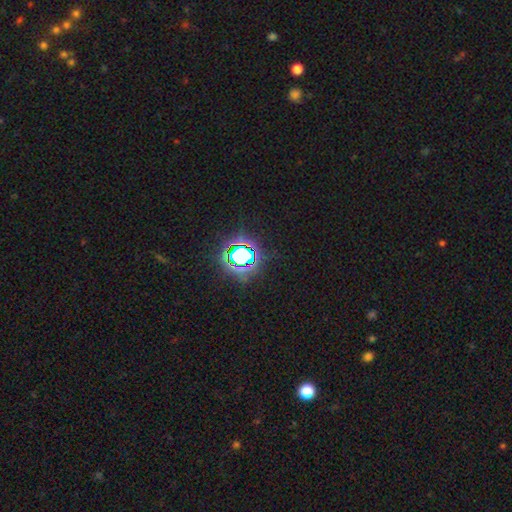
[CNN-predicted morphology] smooth_or_featured: star or artifact (p=0.82) [alt: smooth p=0.12]